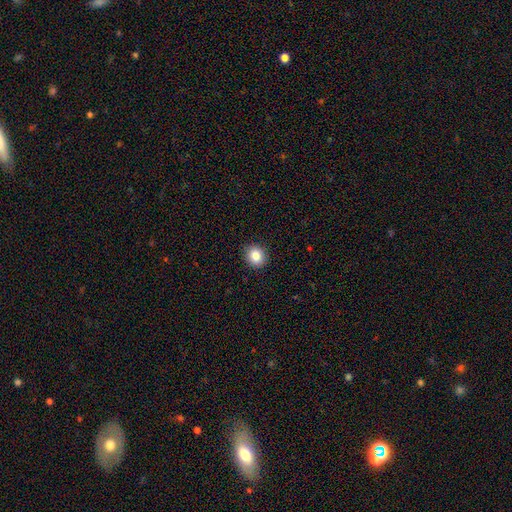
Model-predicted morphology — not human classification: Smooth or featured? smooth (85%)
How rounded? round (79%)
Merging? none (91%)